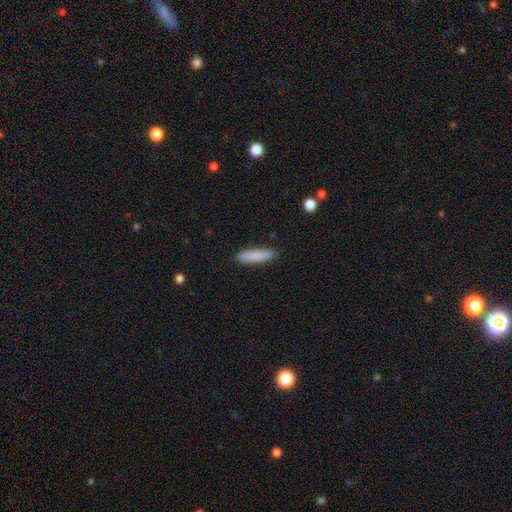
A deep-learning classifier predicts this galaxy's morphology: smooth-or-featured: smooth: 86% | featured or disk: 8% | star or artifact: 6%
  how-rounded: cigar-shaped: 73% | in between: 26% | round: 1%
  merging: none: 88% | minor disturbance: 9% | major disturbance: 2% | merger: 1%